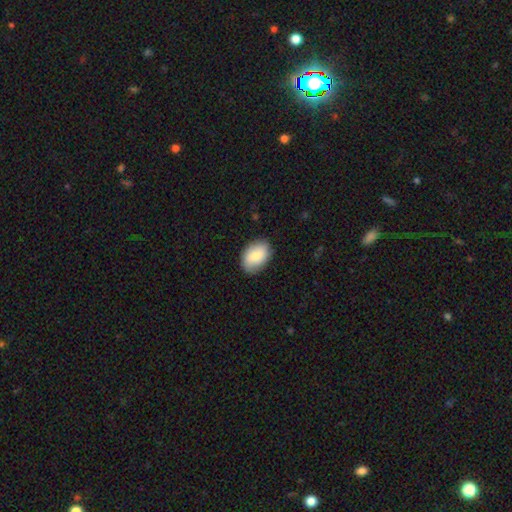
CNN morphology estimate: Smooth or featured: smooth — 78% (featured or disk — 15%)
How rounded: in between — 85% (round — 14%)
Merging: none — 83% (minor disturbance — 13%)